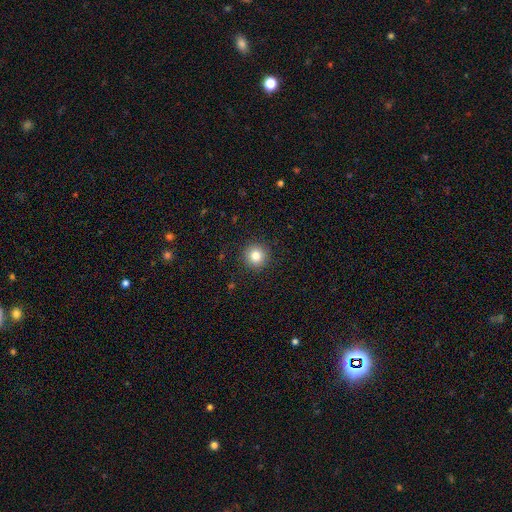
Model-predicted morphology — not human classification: The model was most divided on "smooth or featured": smooth: 82%, star or artifact: 11%, featured or disk: 7%. More confident: how rounded — round (95%); merging — none (92%).